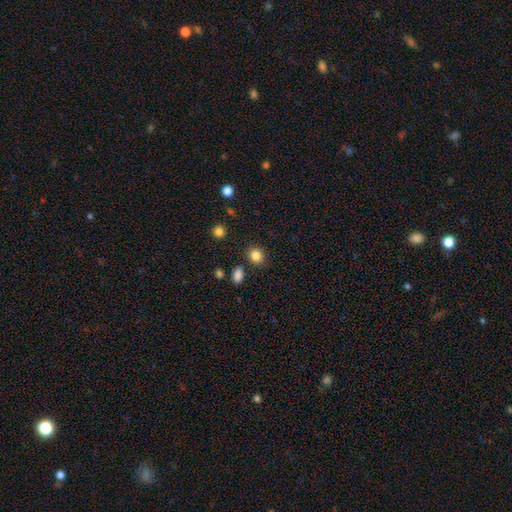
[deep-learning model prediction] This is clearly a smooth galaxy (85%). How rounded: likely round (68%). Merging: clearly none (84%).